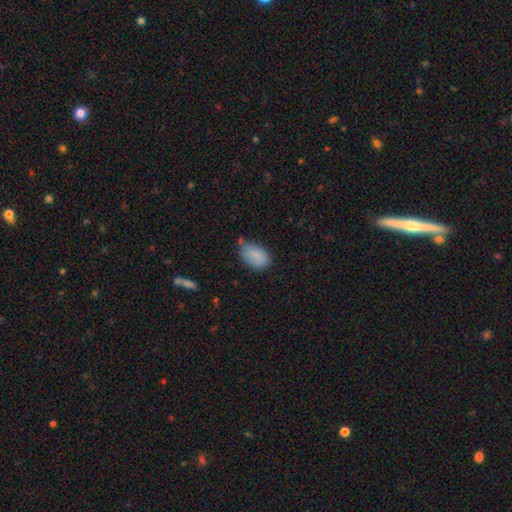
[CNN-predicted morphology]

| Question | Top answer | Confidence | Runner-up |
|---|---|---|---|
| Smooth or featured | smooth | 86% | star or artifact (7%) |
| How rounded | in between | 90% | round (9%) |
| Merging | none | 58% | minor disturbance (30%) |